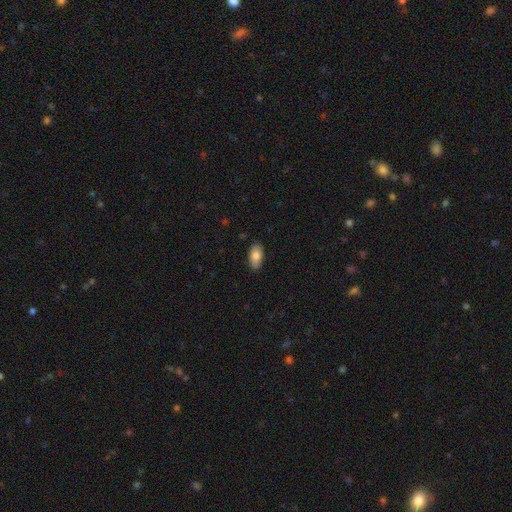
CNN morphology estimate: Smooth or featured: smooth — 83% (featured or disk — 10%)
How rounded: in between — 93% (cigar-shaped — 4%)
Merging: none — 88% (minor disturbance — 9%)